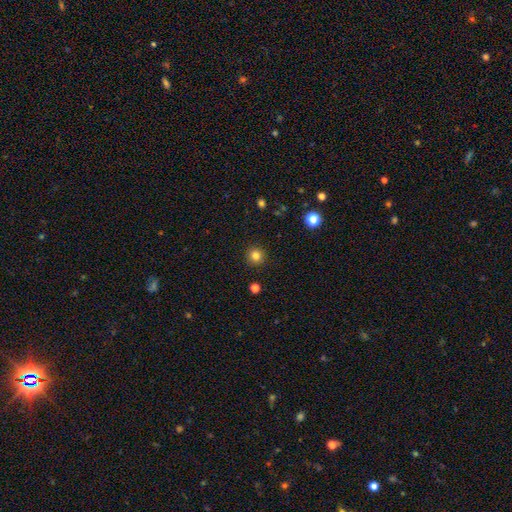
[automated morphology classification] Smooth or featured? Predicted: smooth (p=0.82). How rounded? Predicted: round (p=0.95). Merging? Predicted: none (p=0.92).